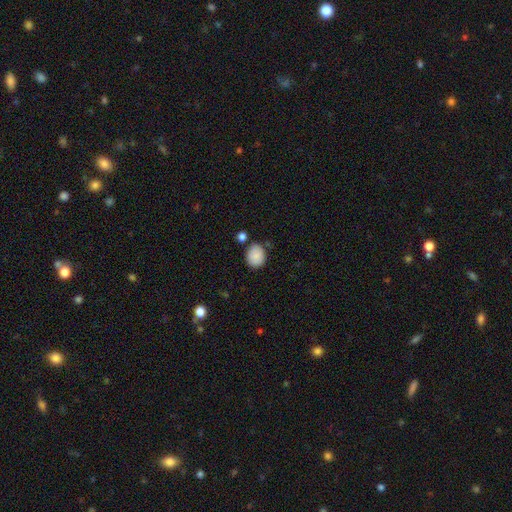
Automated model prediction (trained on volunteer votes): Smooth or featured?
  - smooth: 88% *
  - star or artifact: 8%
  - featured or disk: 4%
How rounded?
  - round: 52% *
  - in between: 47%
  - cigar-shaped: 1%
Merging?
  - none: 76% *
  - minor disturbance: 14%
  - merger: 6%
  - major disturbance: 3%